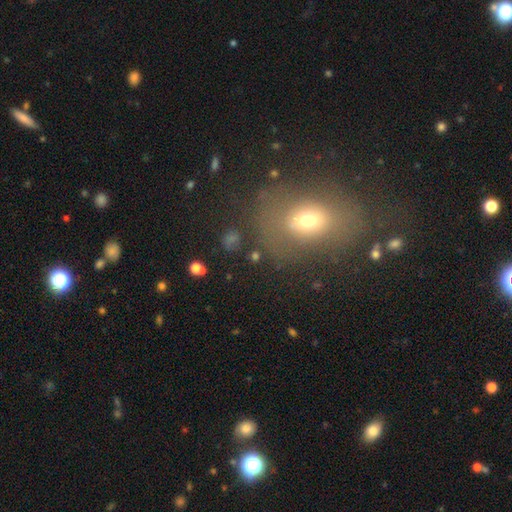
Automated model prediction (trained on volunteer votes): Smooth or featured?
  - smooth: 54% *
  - star or artifact: 26%
  - featured or disk: 20%
How rounded?
  - in between: 50% *
  - round: 47%
  - cigar-shaped: 3%
Merging?
  - none: 64% *
  - minor disturbance: 16%
  - major disturbance: 12%
  - merger: 9%